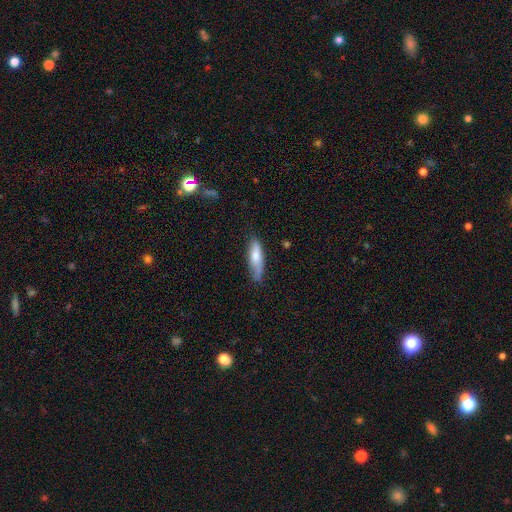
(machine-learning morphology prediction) This is likely a smooth galaxy (71%). How rounded: possibly cigar-shaped (60%). Merging: likely none (62%).